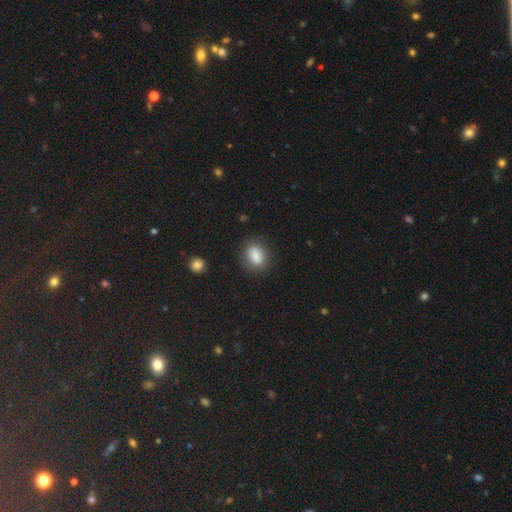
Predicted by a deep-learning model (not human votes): Smooth or featured? smooth (83%)
How rounded? in between (70%)
Merging? none (79%)